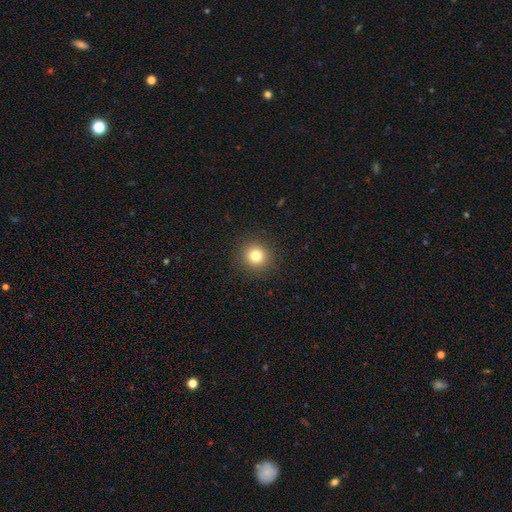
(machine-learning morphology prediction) A smooth galaxy with no disk features (80%) that is round (94%). Merging: none (92%).